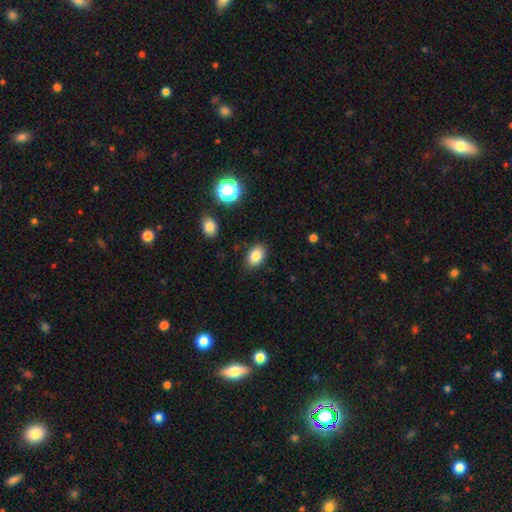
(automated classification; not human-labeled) smooth-or-featured: smooth: 84% | star or artifact: 9% | featured or disk: 6%
  how-rounded: in between: 80% | round: 19% | cigar-shaped: 1%
  merging: none: 86% | minor disturbance: 10% | major disturbance: 2% | merger: 2%